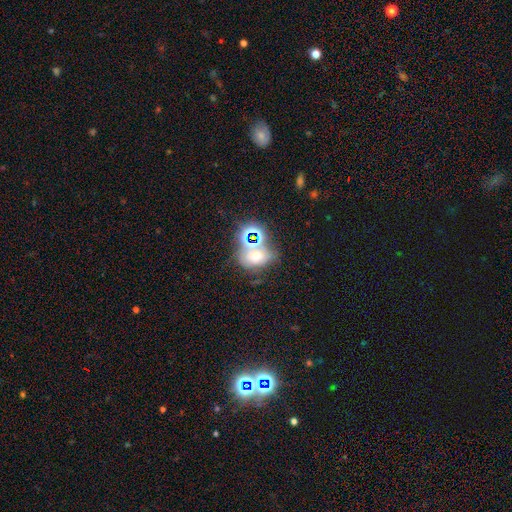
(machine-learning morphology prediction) star or artifact 43%, smooth 37%, featured or disk 20%.